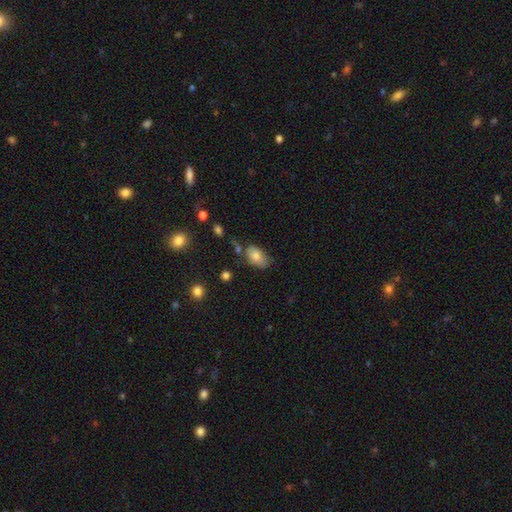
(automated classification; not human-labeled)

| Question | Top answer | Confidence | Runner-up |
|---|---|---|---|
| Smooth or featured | smooth | 80% | featured or disk (11%) |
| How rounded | in between | 91% | round (7%) |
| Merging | none | 58% | minor disturbance (27%) |